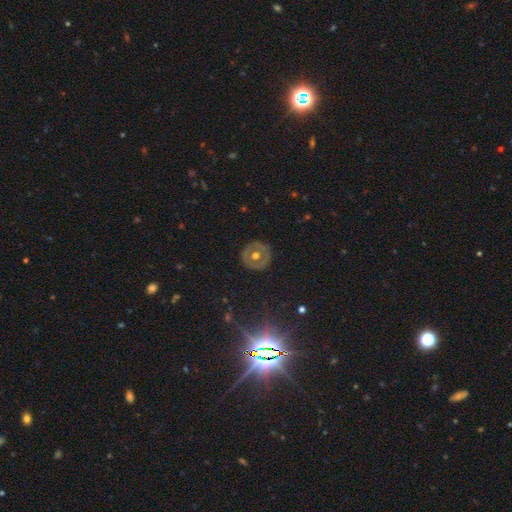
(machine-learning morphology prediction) Overall: featured or disk (50%; smooth 41%). Edge-on disk: no (94%). Merging: none (86%).